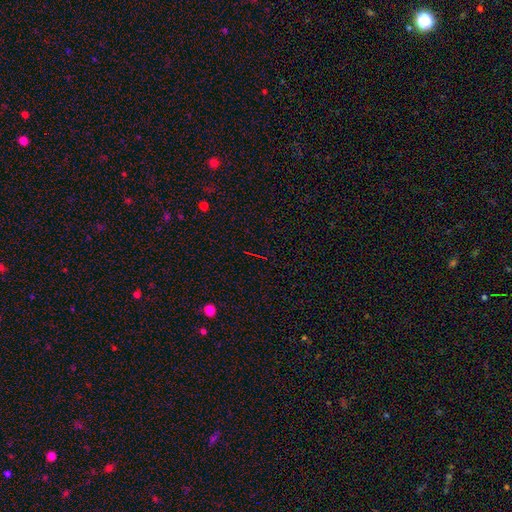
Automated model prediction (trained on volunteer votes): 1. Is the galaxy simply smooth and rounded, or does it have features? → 74% star or artifact, 15% smooth, 11% featured or disk.